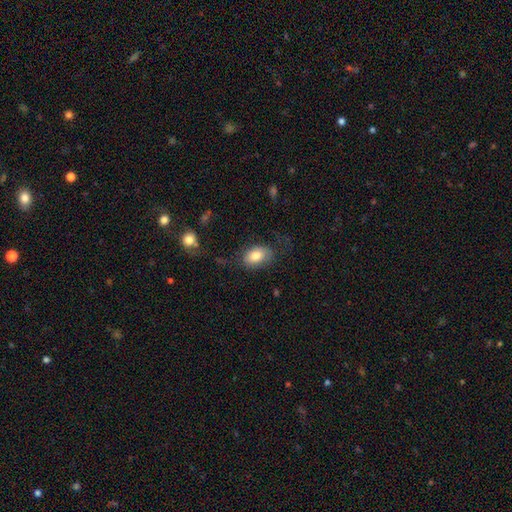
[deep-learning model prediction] smooth 79%, featured or disk 14%, star or artifact 7%. Down the decision tree: how rounded — in between (87%); merging — none (66%).